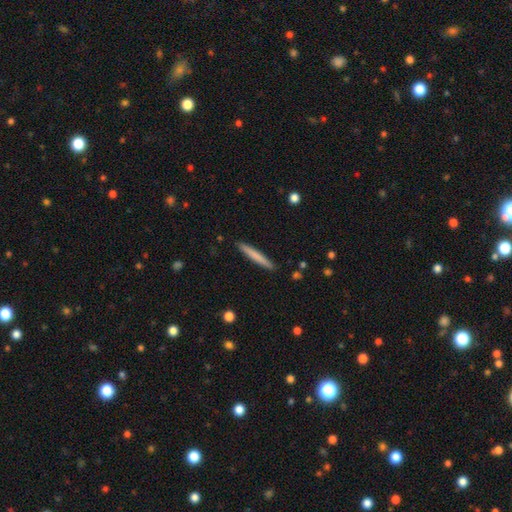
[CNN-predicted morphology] The model was most divided on "smooth or featured": smooth: 72%, featured or disk: 23%, star or artifact: 5%. More confident: how rounded — cigar-shaped (96%); merging — none (91%).